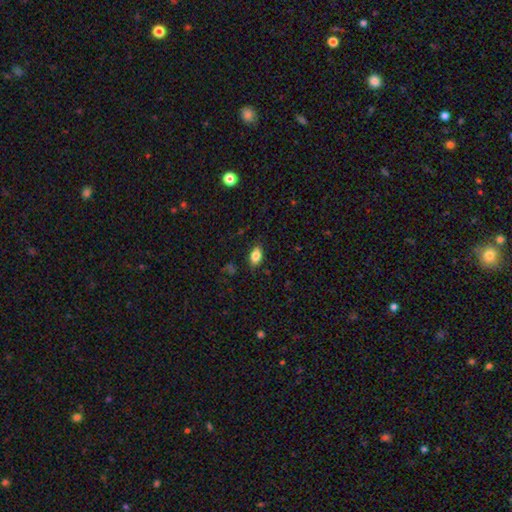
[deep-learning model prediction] Smooth or featured?
  - smooth: 83% *
  - star or artifact: 9%
  - featured or disk: 9%
How rounded?
  - in between: 88% *
  - round: 9%
  - cigar-shaped: 3%
Merging?
  - none: 85% *
  - minor disturbance: 11%
  - major disturbance: 2%
  - merger: 1%